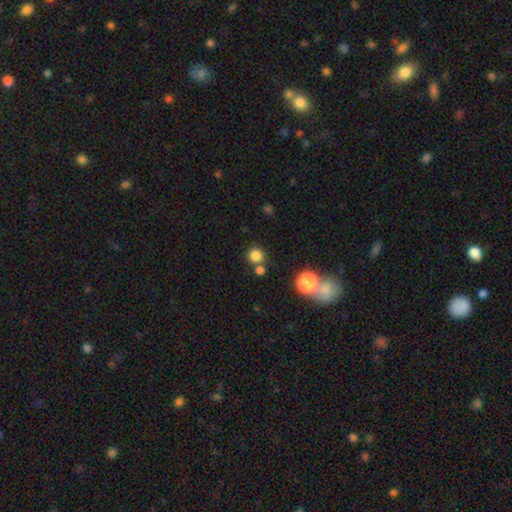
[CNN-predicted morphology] Smooth or featured? smooth (80%)
How rounded? round (92%)
Merging? none (72%)